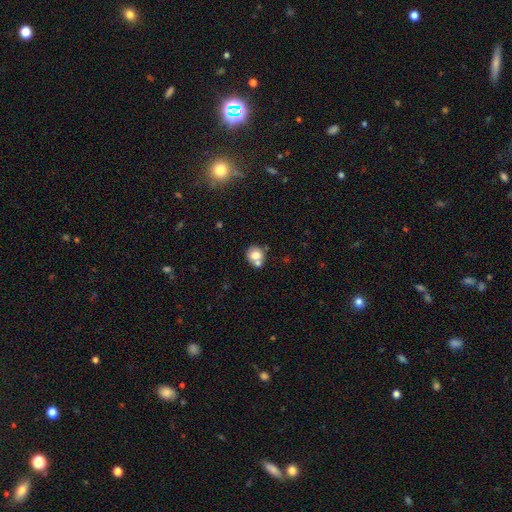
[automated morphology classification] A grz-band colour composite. It shows a smooth galaxy with no disk features (74%) that is round (77%). Merging: none (49%).